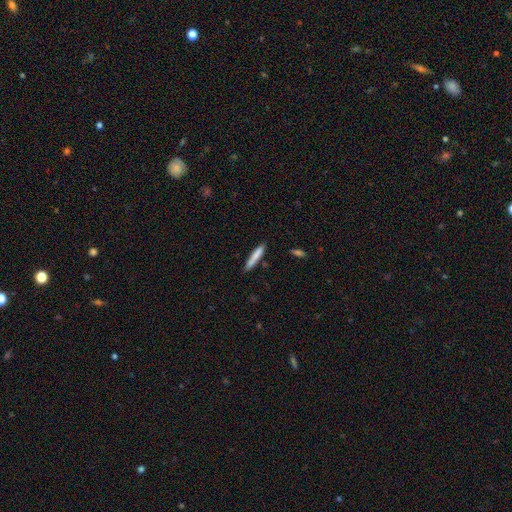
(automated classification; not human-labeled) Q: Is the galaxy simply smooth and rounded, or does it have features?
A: smooth — 80%.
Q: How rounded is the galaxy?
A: cigar-shaped — 93%.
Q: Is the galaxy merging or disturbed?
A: none — 85%.